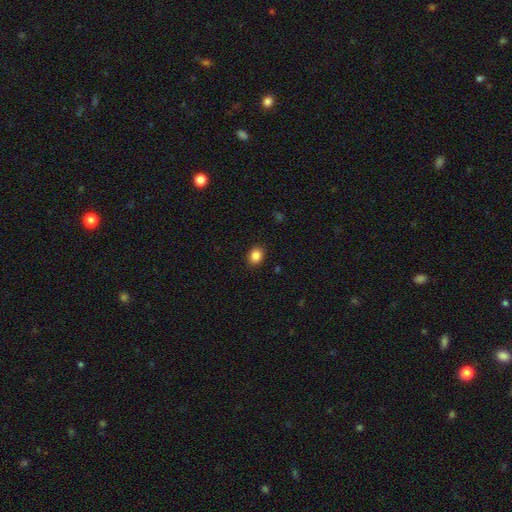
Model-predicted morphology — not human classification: This is clearly a smooth galaxy (85%). How rounded: possibly round (57%). Merging: clearly none (91%).